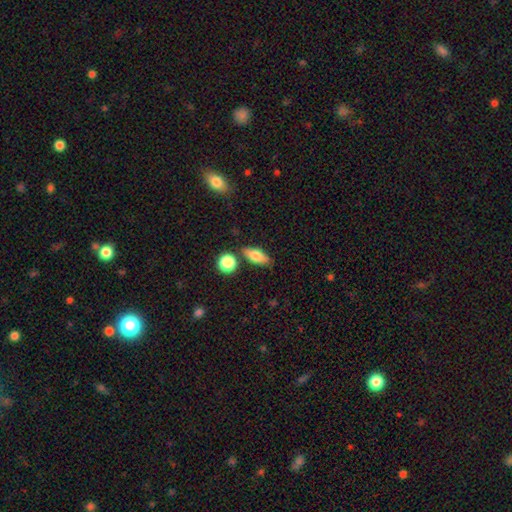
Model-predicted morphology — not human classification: Smooth or featured? smooth (75%)
How rounded? in between (76%)
Merging? none (80%)